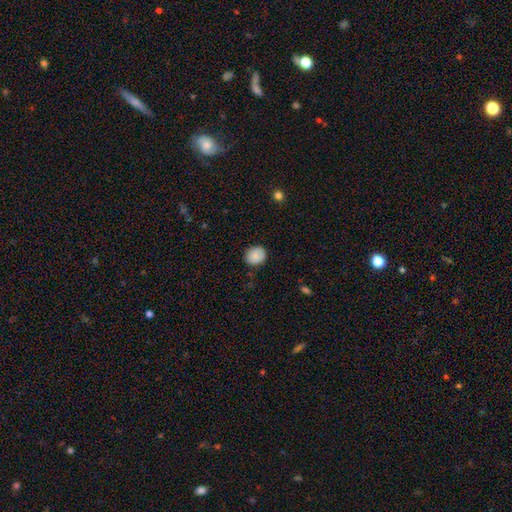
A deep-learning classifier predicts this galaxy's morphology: Smooth or featured? smooth (82%)
How rounded? round (64%)
Merging? none (83%)